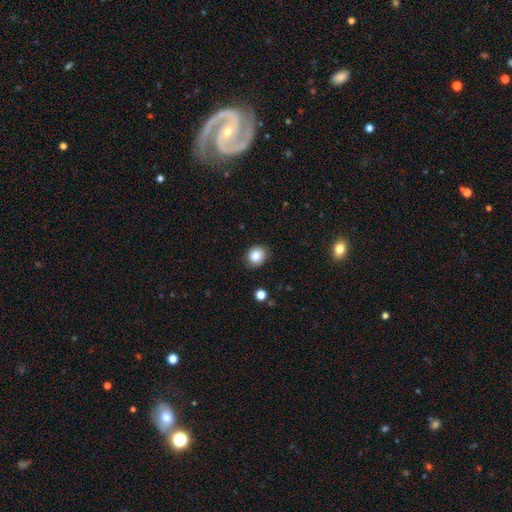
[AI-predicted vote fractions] Smooth or featured? smooth (82%)
How rounded? round (74%)
Merging? none (86%)